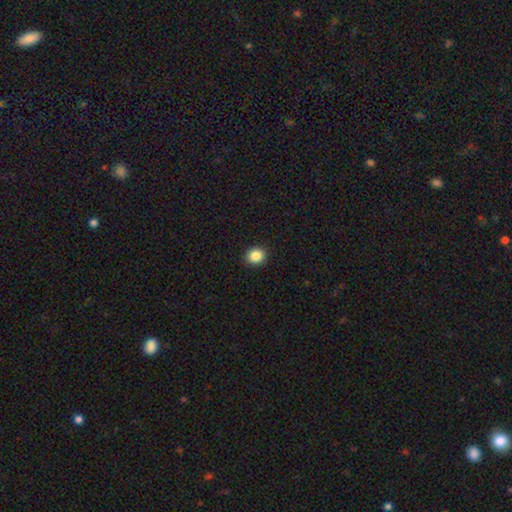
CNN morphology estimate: type=smooth (87%); roundness=round (73%); merging=none (92%).